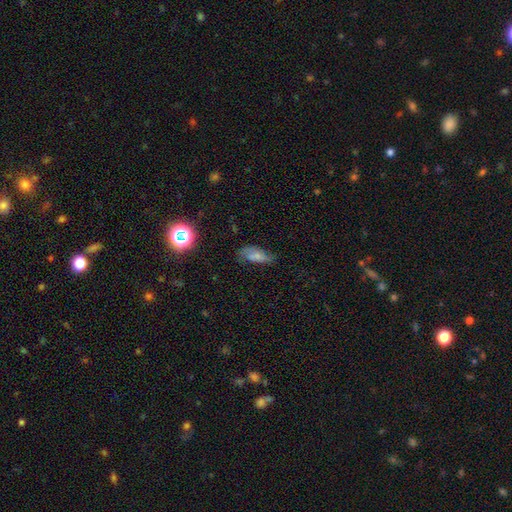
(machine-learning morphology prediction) The model was most divided on "merging": none: 54%, minor disturbance: 31%, major disturbance: 12%, merger: 3%. More confident: how rounded — in between (84%); smooth or featured — smooth (63%).